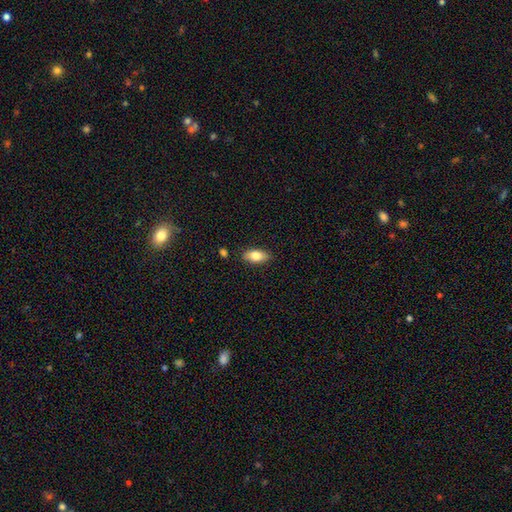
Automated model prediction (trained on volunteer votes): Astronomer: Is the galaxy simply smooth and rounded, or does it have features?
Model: smooth — 77%.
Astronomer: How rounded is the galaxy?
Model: in between — 87%.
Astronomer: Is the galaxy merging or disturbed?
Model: none — 85%.